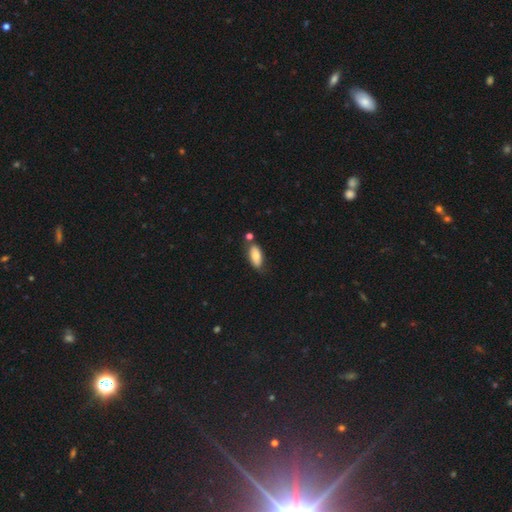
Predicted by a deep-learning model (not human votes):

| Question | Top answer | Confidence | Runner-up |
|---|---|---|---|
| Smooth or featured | smooth | 80% | featured or disk (14%) |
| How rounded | in between | 90% | cigar-shaped (8%) |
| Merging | none | 67% | minor disturbance (19%) |